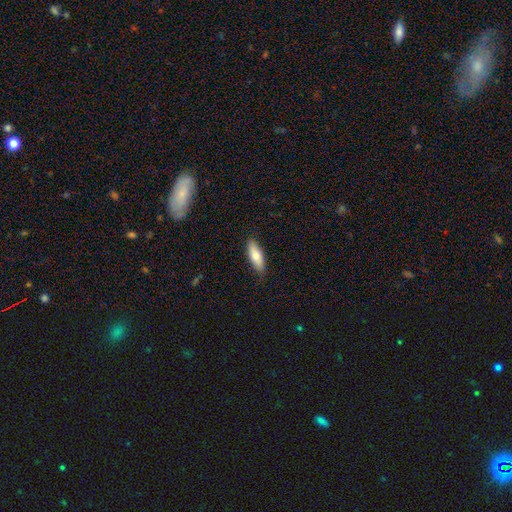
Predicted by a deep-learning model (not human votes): Smooth or featured? smooth (78%)
How rounded? in between (61%)
Merging? none (85%)